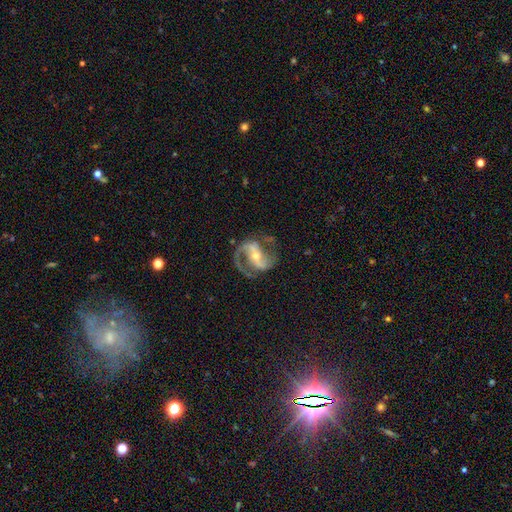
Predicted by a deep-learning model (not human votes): Smooth or featured? featured or disk (90%)
Edge-on disk? no (97%)
Bar? strong (48%)
Spiral arms? yes (97%)
Spiral winding? medium (58%)
Spiral arm count? 2 (91%)
Bulge size? small (50%)
Merging? none (72%)